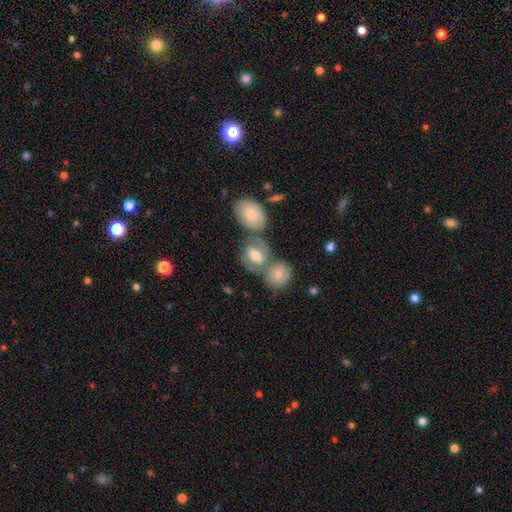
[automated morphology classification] Smooth or featured?
  - featured or disk: 54% *
  - smooth: 37%
  - star or artifact: 9%
Edge-on disk?
  - no: 95% *
  - yes: 5%
Bar?
  - no: 44% *
  - weak: 40%
  - strong: 16%
Spiral arms?
  - yes: 76% *
  - no: 24%
Bulge size?
  - moderate: 63% *
  - small: 19%
  - large: 14%
  - none: 2%
  - dominant: 2%
Merging?
  - merger: 43% *
  - none: 38%
  - minor disturbance: 12%
  - major disturbance: 7%